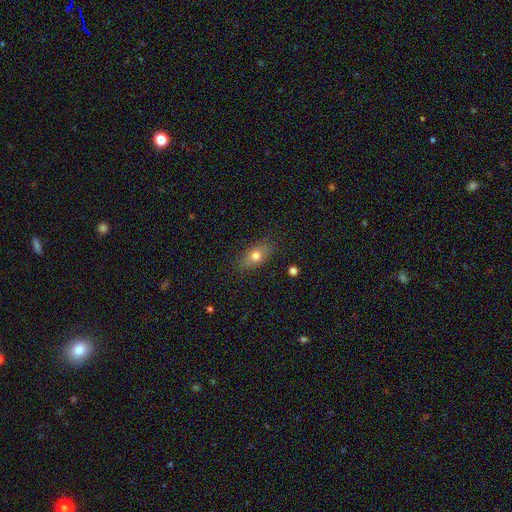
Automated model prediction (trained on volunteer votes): Smooth or featured: smooth — 72% (featured or disk — 18%)
How rounded: in between — 77% (round — 13%)
Merging: none — 83% (minor disturbance — 12%)